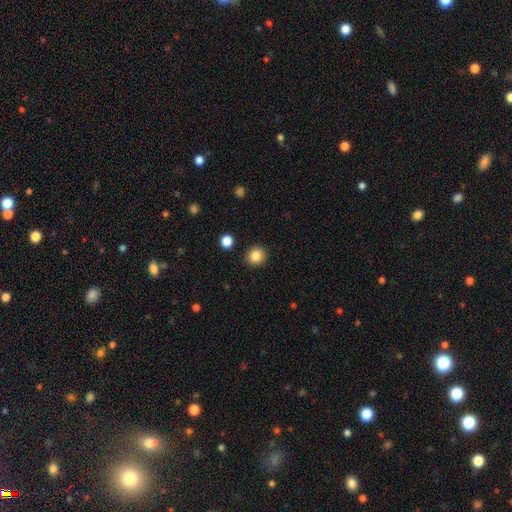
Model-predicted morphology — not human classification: Overall: smooth (85%). How rounded: round (90%). Merging: none (91%).